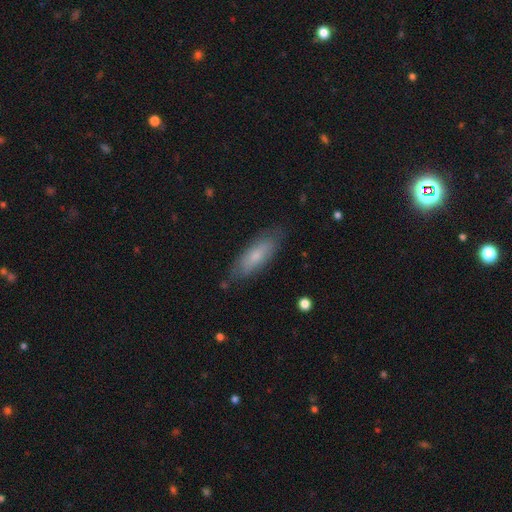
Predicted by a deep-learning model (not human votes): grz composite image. It shows a smooth galaxy with no disk features (68%) that is in between round and cigar-shaped (55%). Merging: none (79%).